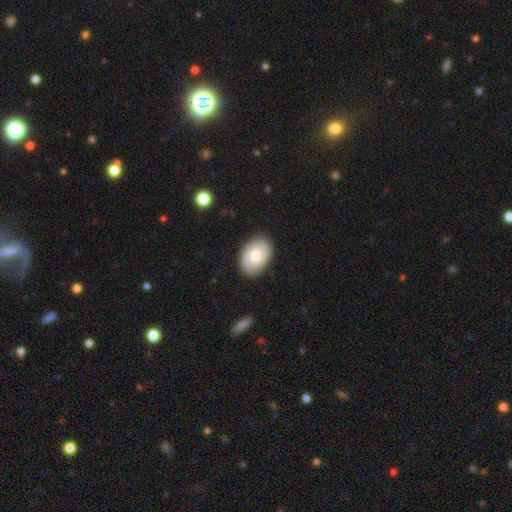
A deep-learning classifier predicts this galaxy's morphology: This appears to be a smooth galaxy with no disk features (64%) that is in between round and cigar-shaped (80%). Merging: none (85%).